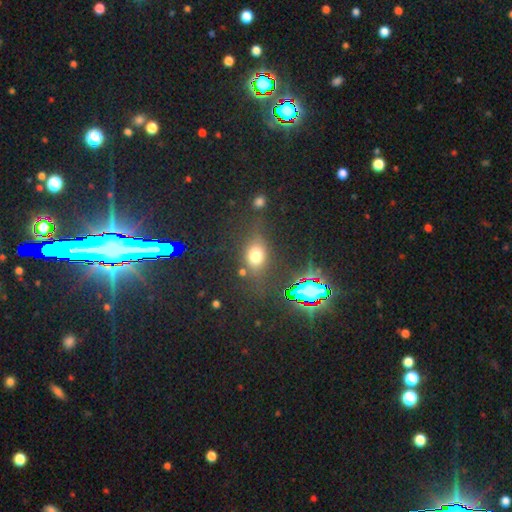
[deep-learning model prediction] The model was most divided on "how rounded": in between: 59%, round: 37%, cigar-shaped: 4%. More confident: merging — none (71%); smooth or featured — smooth (65%).